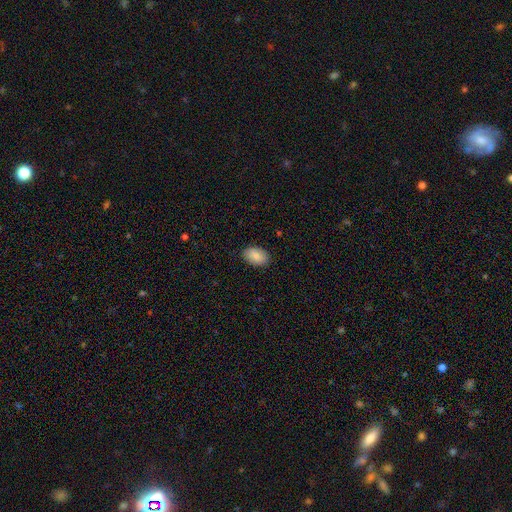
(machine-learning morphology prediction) This appears to be a smooth galaxy with no disk features (86%) that is in between round and cigar-shaped (91%). Merging: none (87%).